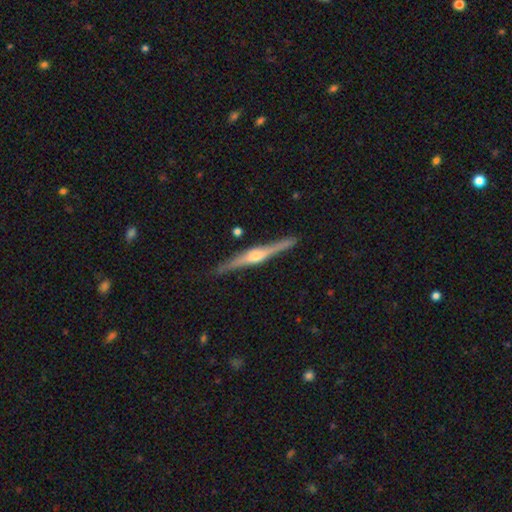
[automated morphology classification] Smooth or featured?
  - featured or disk: 83% *
  - smooth: 12%
  - star or artifact: 5%
Edge-on disk?
  - yes: 98% *
  - no: 2%
Edge-on bulge?
  - rounded: 88% *
  - boxy: 7%
  - none: 4%
Merging?
  - none: 90% *
  - minor disturbance: 7%
  - major disturbance: 1%
  - merger: 1%